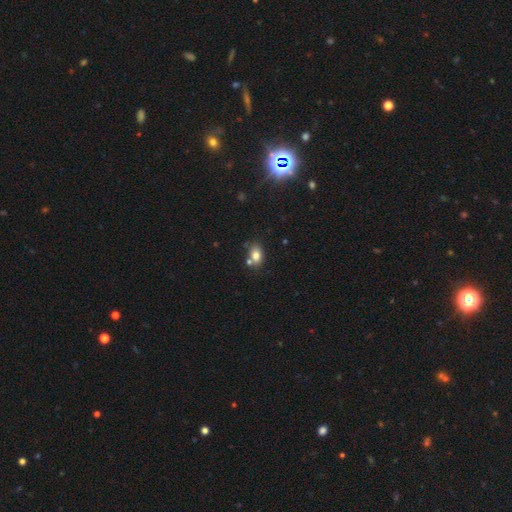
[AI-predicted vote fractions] Smooth or featured? smooth (78%)
How rounded? in between (80%)
Merging? none (58%)